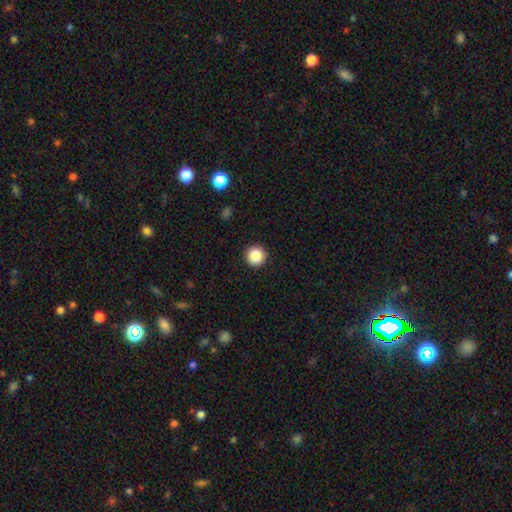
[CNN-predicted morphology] Overall: smooth (87%). How rounded: round (97%). Merging: none (93%).